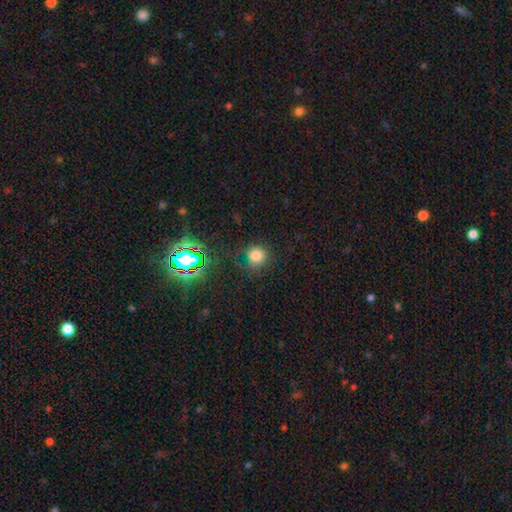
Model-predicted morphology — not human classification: Smooth or featured? Predicted: smooth (p=0.74). How rounded? Predicted: round (p=0.88). Merging? Predicted: none (p=0.76).